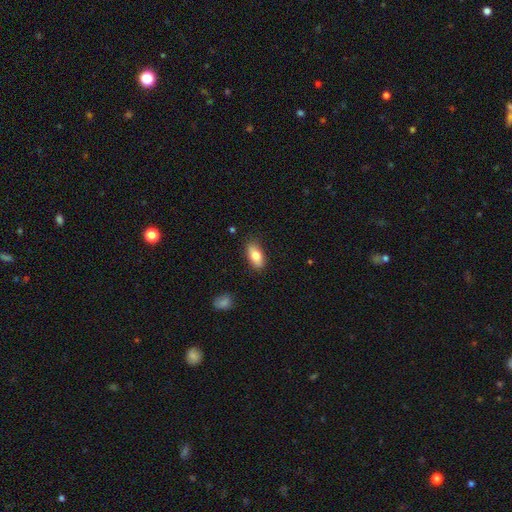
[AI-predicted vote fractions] smooth 79%, featured or disk 14%, star or artifact 7%. Down the decision tree: how rounded — in between (87%); merging — none (85%).